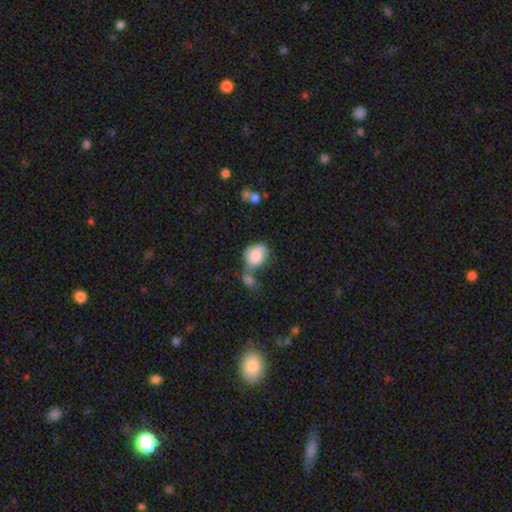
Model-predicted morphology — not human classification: smooth 80%, featured or disk 13%, star or artifact 7%. Down the decision tree: how rounded — in between (55%); merging — merger (43%).